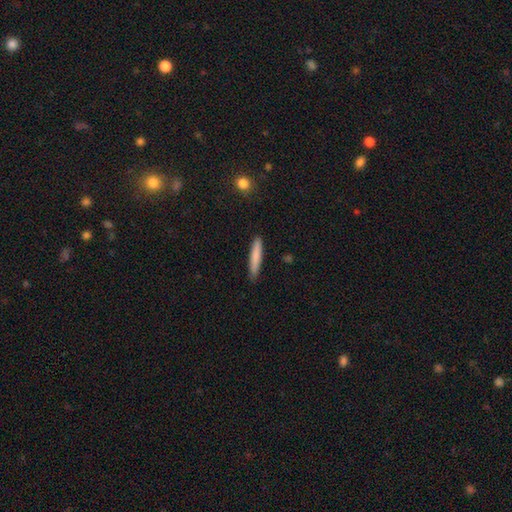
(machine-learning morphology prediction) The model was most divided on "smooth or featured": smooth: 80%, featured or disk: 14%, star or artifact: 6%. More confident: how rounded — cigar-shaped (93%); merging — none (88%).